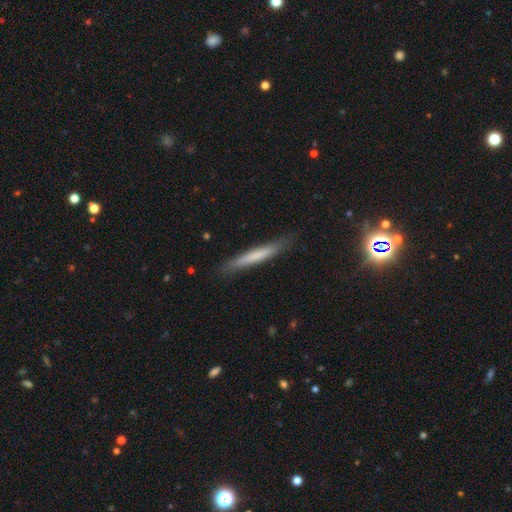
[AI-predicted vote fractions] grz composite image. It shows a smooth galaxy with no disk features (65%) that is cigar-shaped (96%). Merging: none (86%).